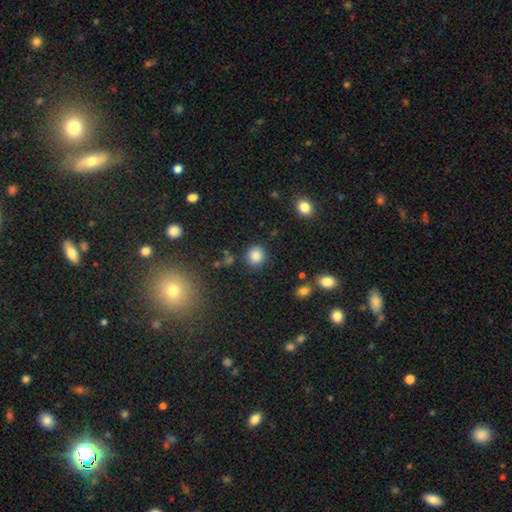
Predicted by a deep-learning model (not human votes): Smooth or featured: smooth — 85% (star or artifact — 11%)
How rounded: round — 88% (in between — 11%)
Merging: none — 86% (minor disturbance — 8%)